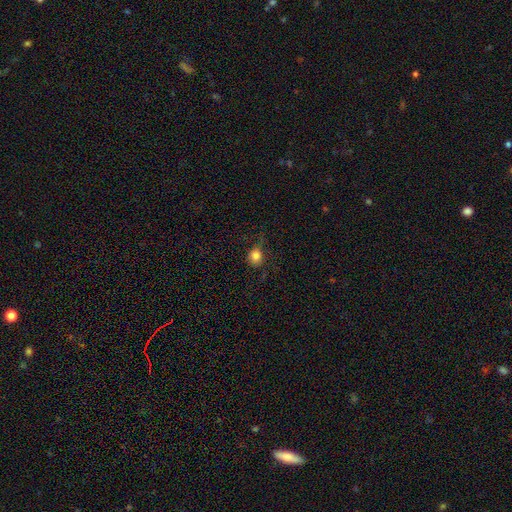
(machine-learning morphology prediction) Smooth or featured?
  - smooth: 82% *
  - star or artifact: 11%
  - featured or disk: 6%
How rounded?
  - round: 78% *
  - in between: 20%
  - cigar-shaped: 1%
Merging?
  - none: 66% *
  - minor disturbance: 22%
  - major disturbance: 10%
  - merger: 1%